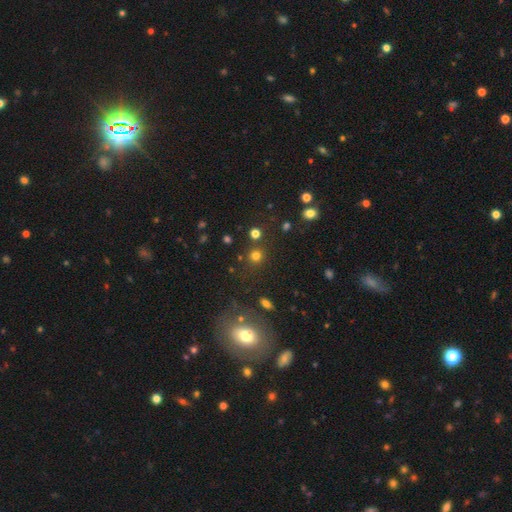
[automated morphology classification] Smooth or featured? Predicted: smooth (p=0.73). How rounded? Predicted: round (p=0.92). Merging? Predicted: none (p=0.84).